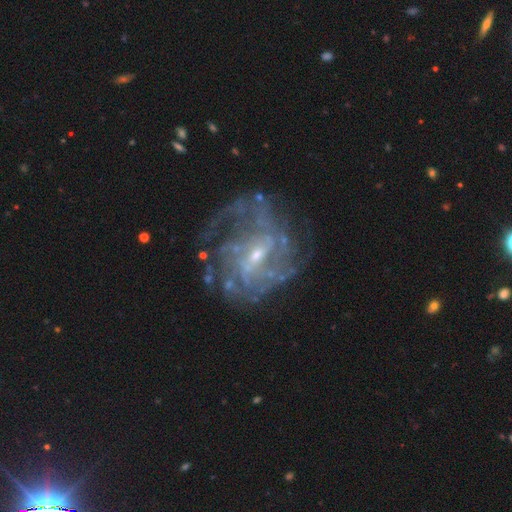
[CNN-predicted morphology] A featured or disk galaxy (86%) with a weak bar (55%), medium (41%) spiral arms (88%) and a small central bulge (70%). Merging: none (57%).